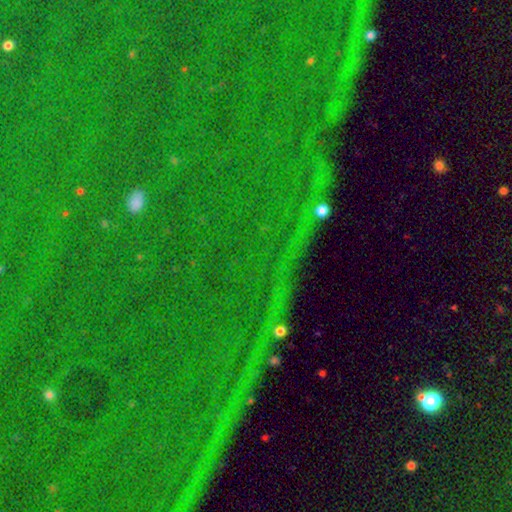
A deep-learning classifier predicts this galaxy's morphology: Q: Smooth or featured?
A: star or artifact (80%); runner-up: smooth (11%)